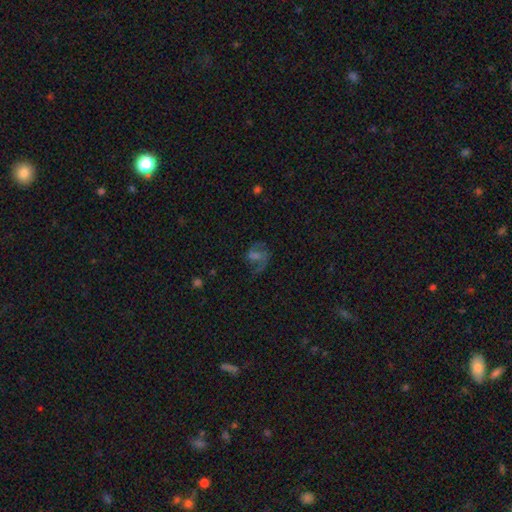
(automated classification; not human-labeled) Morphology: type=featured or disk (58%); edge-on=no (97%); bar=no (44%); spiral arms=yes (85%); bulge=small (30%); merging=none (56%).